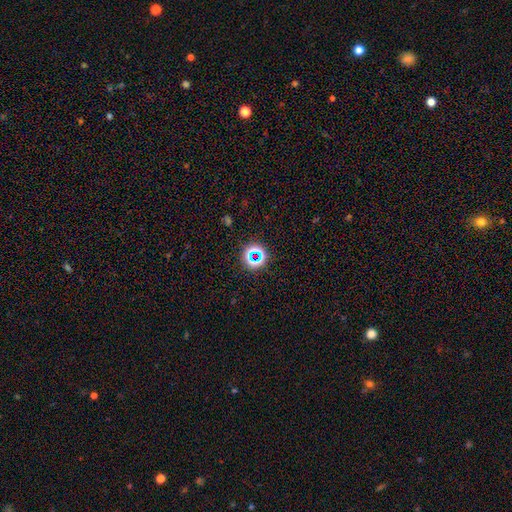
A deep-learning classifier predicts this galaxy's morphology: Smooth or featured?
  - star or artifact: 59% *
  - smooth: 31%
  - featured or disk: 10%